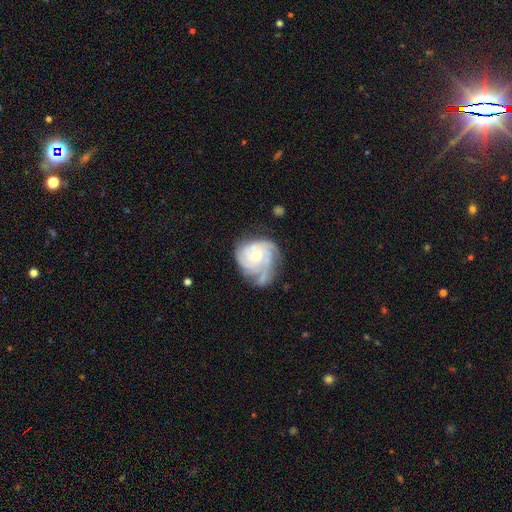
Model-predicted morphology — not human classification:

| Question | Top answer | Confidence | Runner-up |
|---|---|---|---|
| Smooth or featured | featured or disk | 82% | smooth (13%) |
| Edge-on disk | no | 98% | yes (2%) |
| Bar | no | 76% | weak (21%) |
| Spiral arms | yes | 95% | no (5%) |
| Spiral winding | tight | 68% | medium (26%) |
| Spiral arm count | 3 | 35% | can't tell (25%) |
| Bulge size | moderate | 59% | small (36%) |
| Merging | none | 55% | minor disturbance (27%) |